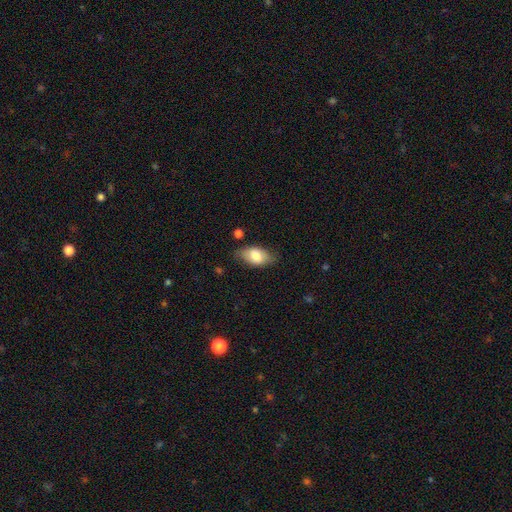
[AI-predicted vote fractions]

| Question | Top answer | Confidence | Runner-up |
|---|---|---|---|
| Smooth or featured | smooth | 75% | featured or disk (19%) |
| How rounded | in between | 91% | round (5%) |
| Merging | none | 74% | minor disturbance (19%) |